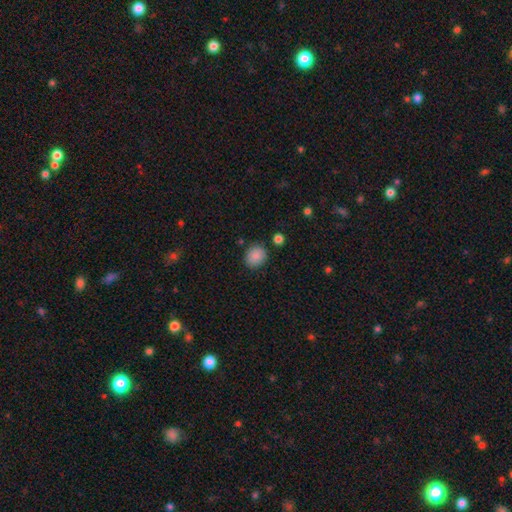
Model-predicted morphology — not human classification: Smooth or featured? Predicted: smooth (p=0.87). How rounded? Predicted: round (p=0.72). Merging? Predicted: none (p=0.84).